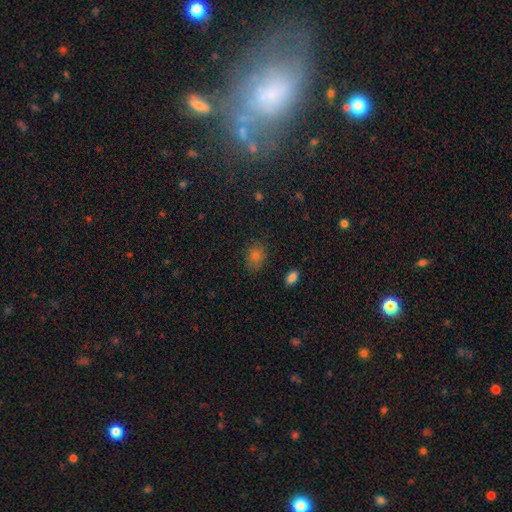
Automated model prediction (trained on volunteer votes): smooth 69%, star or artifact 21%, featured or disk 10%. Down the decision tree: how rounded — in between (58%); merging — none (81%).